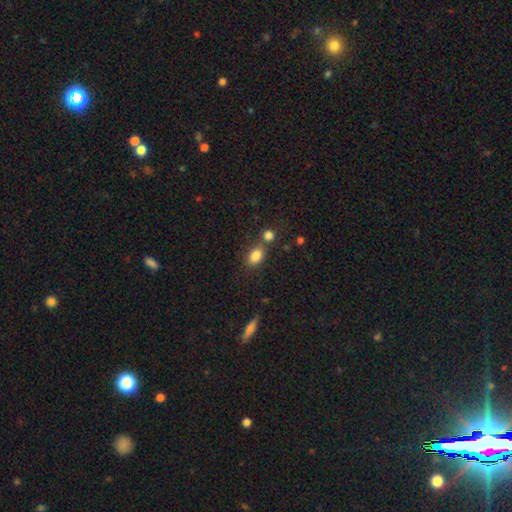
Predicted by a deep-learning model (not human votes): Smooth or featured? smooth (84%)
How rounded? in between (80%)
Merging? none (62%)